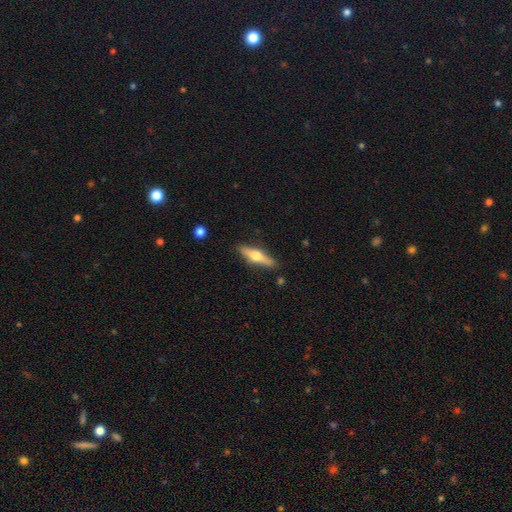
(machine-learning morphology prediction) A featured or disk galaxy (55%) viewed edge-on (94%) with a rounded central bulge (95%). Merging: none (87%).